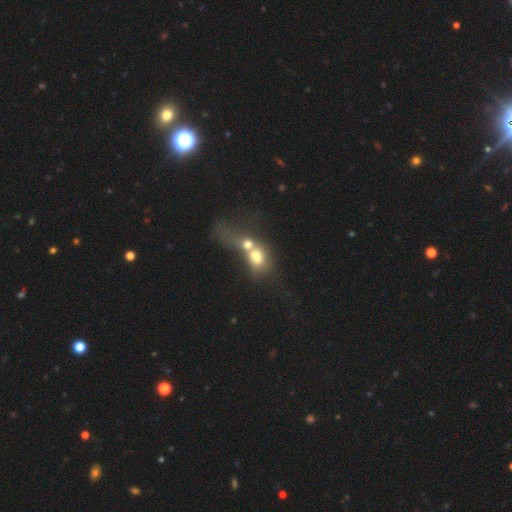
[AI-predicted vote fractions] Smooth or featured? smooth (56%)
How rounded? in between (51%)
Merging? merger (77%)